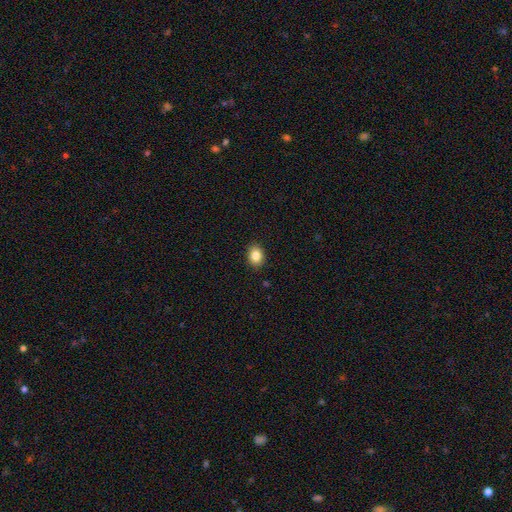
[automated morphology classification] smooth 84%, star or artifact 9%, featured or disk 7%. Down the decision tree: how rounded — in between (57%); merging — none (90%).